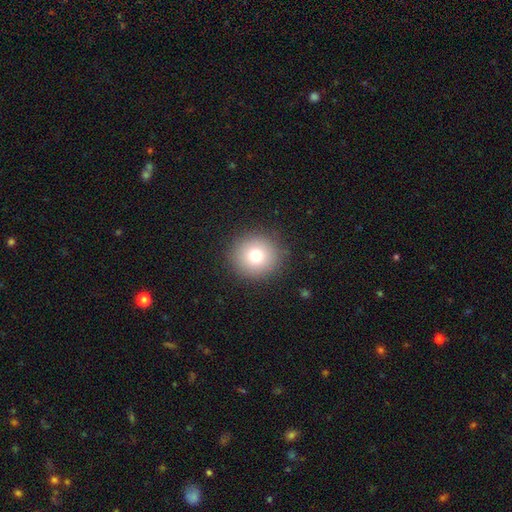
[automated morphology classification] smooth-or-featured: smooth: 77% | star or artifact: 12% | featured or disk: 11%
  how-rounded: round: 94% | in between: 5% | cigar-shaped: 1%
  merging: none: 90% | minor disturbance: 6% | major disturbance: 3% | merger: 1%